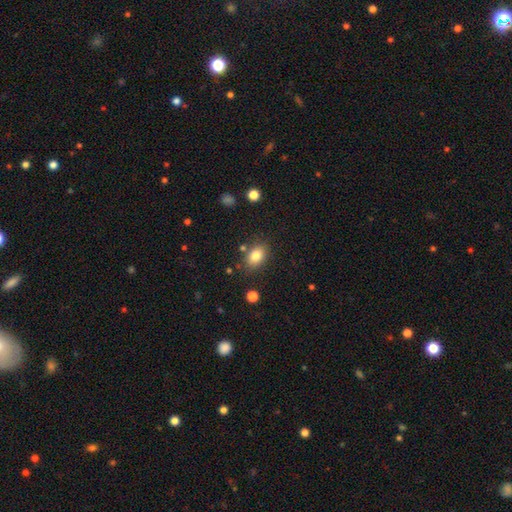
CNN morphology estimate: Smooth or featured? smooth (81%)
How rounded? in between (75%)
Merging? none (80%)